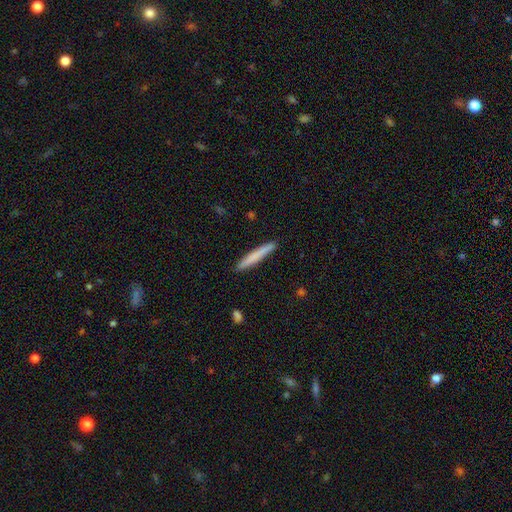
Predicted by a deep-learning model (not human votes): smooth_or_featured: smooth (p=0.72) [alt: featured or disk p=0.22]
how_rounded: cigar-shaped (p=0.96) [alt: in between p=0.03]
merging: none (p=0.91) [alt: minor disturbance p=0.07]